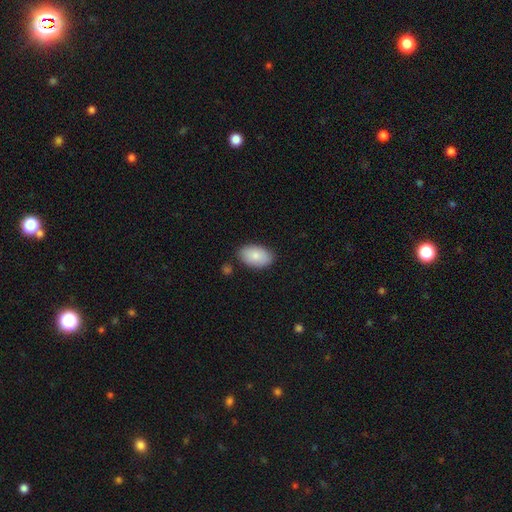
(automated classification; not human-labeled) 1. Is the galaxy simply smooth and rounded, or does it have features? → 85% smooth, 9% featured or disk, 6% star or artifact.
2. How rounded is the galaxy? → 94% in between, 5% round, 1% cigar-shaped.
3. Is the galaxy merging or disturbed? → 82% none, 13% minor disturbance, 3% merger, 3% major disturbance.